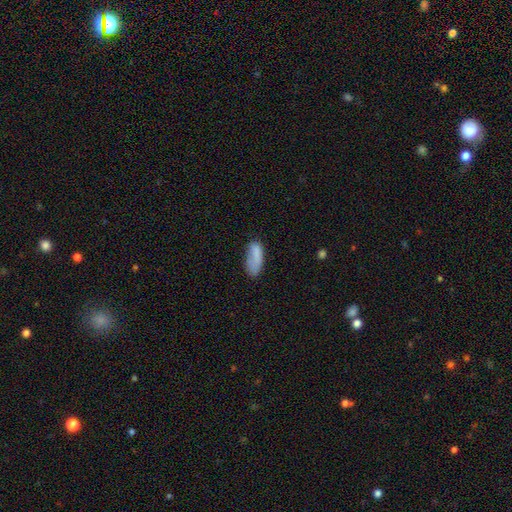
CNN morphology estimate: This appears to be a smooth galaxy with no disk features (80%) that is in between round and cigar-shaped (80%). Merging: none (47%).